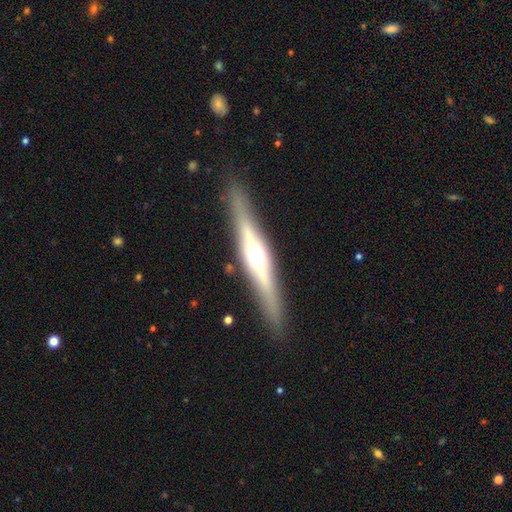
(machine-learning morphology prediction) type=featured or disk (71%); edge-on=yes (95%); edge-on bulge=rounded (88%); merging=none (89%).